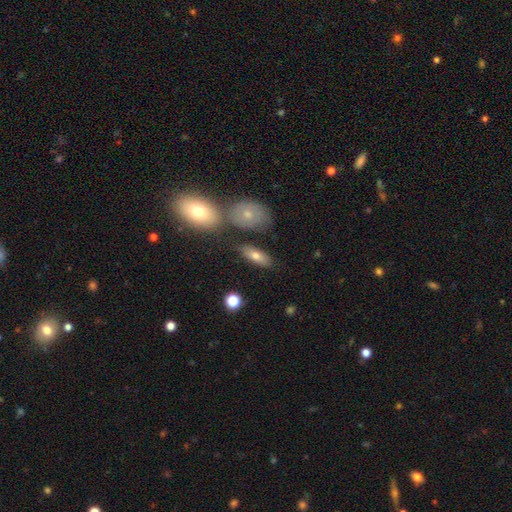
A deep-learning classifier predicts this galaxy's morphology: smooth-or-featured: smooth: 69% | featured or disk: 22% | star or artifact: 9%
  how-rounded: in between: 77% | cigar-shaped: 17% | round: 6%
  merging: none: 72% | minor disturbance: 13% | merger: 11% | major disturbance: 4%